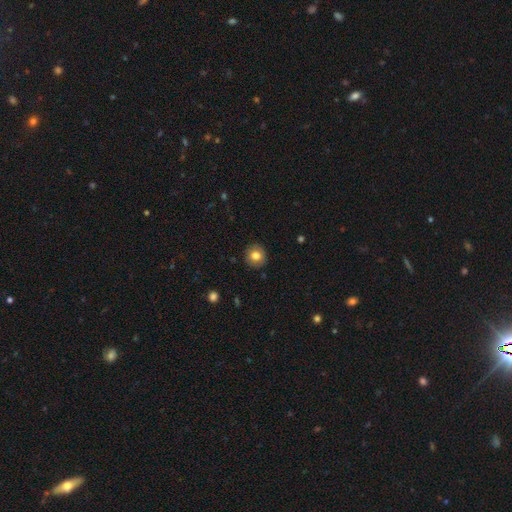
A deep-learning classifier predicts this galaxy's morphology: smooth_or_featured: smooth (p=0.80) [alt: featured or disk p=0.11]
how_rounded: round (p=0.90) [alt: in between p=0.09]
merging: none (p=0.90) [alt: minor disturbance p=0.07]